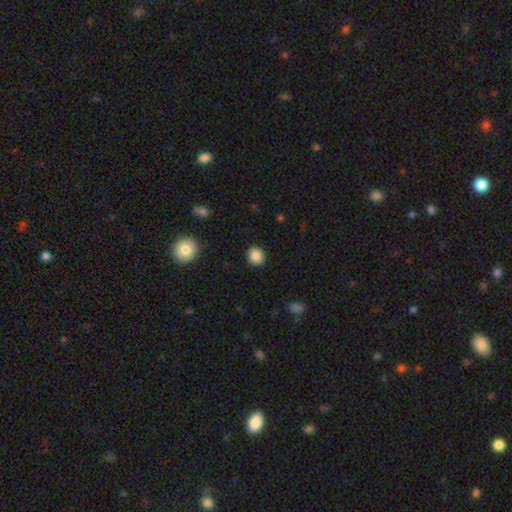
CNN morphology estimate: Overall: smooth (87%). How rounded: round (84%). Merging: none (92%).